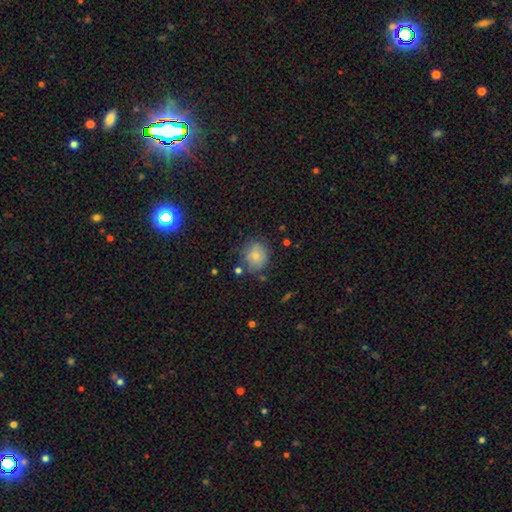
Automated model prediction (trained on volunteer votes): The model was most divided on "merging": none: 69%, minor disturbance: 20%, major disturbance: 6%, merger: 5%. More confident: smooth or featured — smooth (80%); how rounded — round (76%).